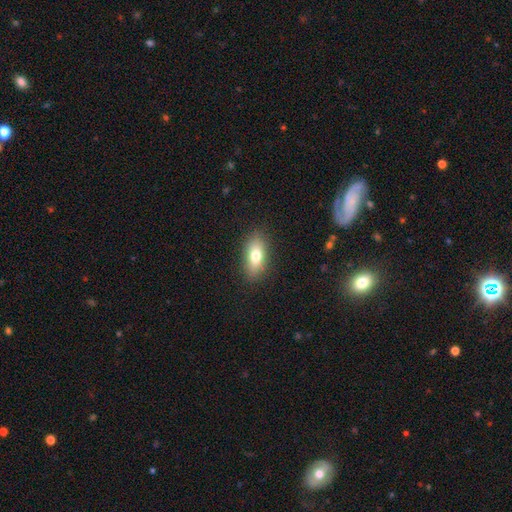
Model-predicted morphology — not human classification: type=smooth (76%); roundness=in between (81%); merging=none (86%).